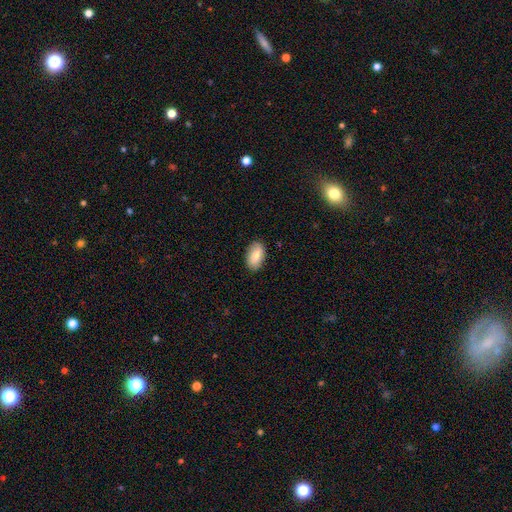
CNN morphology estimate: type=smooth (82%); roundness=in between (93%); merging=none (87%).